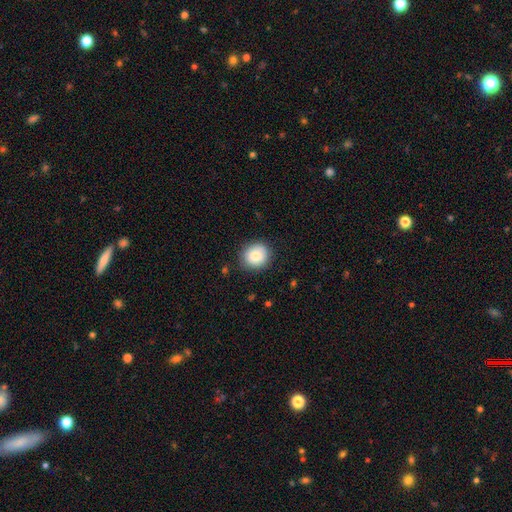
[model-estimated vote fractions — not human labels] This is clearly a smooth galaxy (85%). How rounded: clearly round (83%). Merging: clearly none (86%).